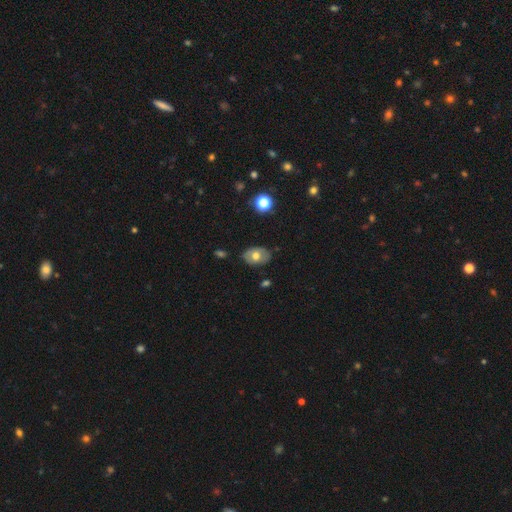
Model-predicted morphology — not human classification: Smooth or featured?
  - smooth: 60% *
  - featured or disk: 32%
  - star or artifact: 8%
How rounded?
  - in between: 80% *
  - round: 19%
  - cigar-shaped: 1%
Merging?
  - none: 78% *
  - minor disturbance: 17%
  - major disturbance: 3%
  - merger: 2%